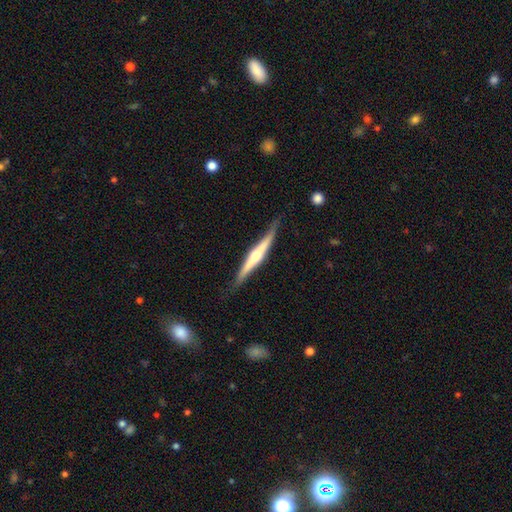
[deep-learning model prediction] This appears to be a featured or disk galaxy (73%) viewed edge-on (97%) with a rounded central bulge (84%). Merging: none (83%).